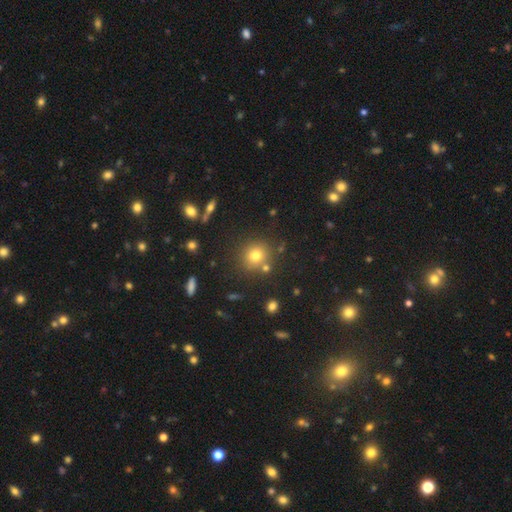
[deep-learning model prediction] A smooth galaxy with no disk features (75%) that is round (90%).

Vote fractions:
- Smooth or featured? smooth: 75% / star or artifact: 16% / featured or disk: 10%
- How rounded? round: 90% / in between: 9% / cigar-shaped: 1%
- Merging? none: 80% / minor disturbance: 9% / merger: 9% / major disturbance: 3%